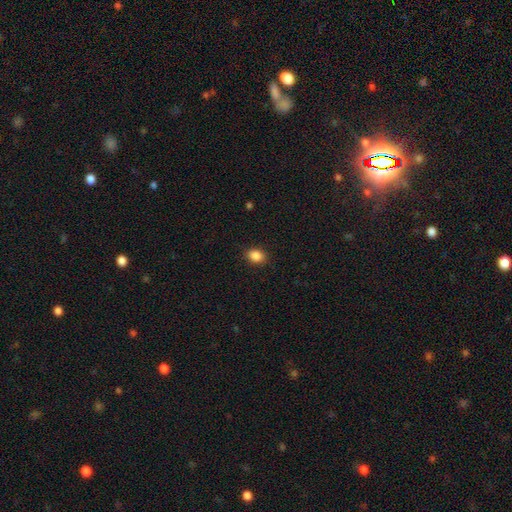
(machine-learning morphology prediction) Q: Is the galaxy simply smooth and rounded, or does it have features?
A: smooth — 87%.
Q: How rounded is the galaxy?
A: in between — 62%.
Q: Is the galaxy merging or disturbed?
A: none — 89%.